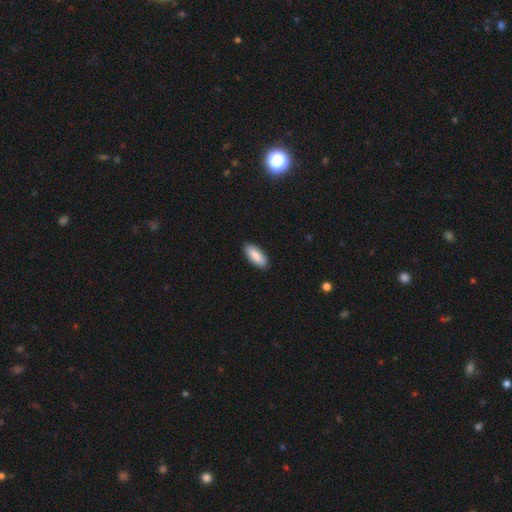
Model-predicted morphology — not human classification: Q: Smooth or featured?
A: smooth (87%); runner-up: featured or disk (8%)
Q: How rounded?
A: in between (80%); runner-up: cigar-shaped (18%)
Q: Merging?
A: none (90%); runner-up: minor disturbance (7%)